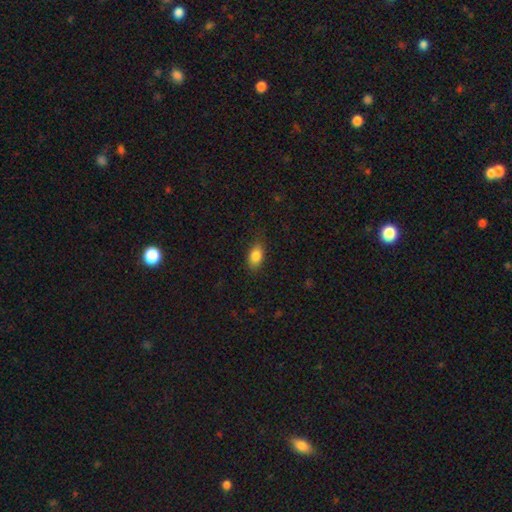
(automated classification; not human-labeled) Smooth or featured?
  - smooth: 85% *
  - star or artifact: 8%
  - featured or disk: 7%
How rounded?
  - in between: 87% *
  - round: 10%
  - cigar-shaped: 3%
Merging?
  - none: 80% *
  - minor disturbance: 16%
  - major disturbance: 4%
  - merger: 1%